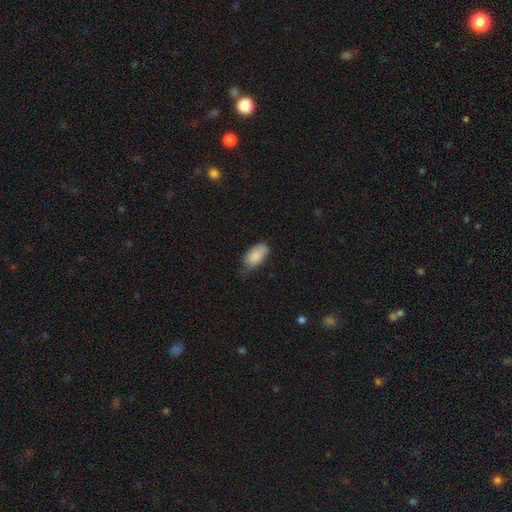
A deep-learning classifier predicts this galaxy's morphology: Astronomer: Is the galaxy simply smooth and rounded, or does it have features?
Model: smooth — 87%.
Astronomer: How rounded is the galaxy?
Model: in between — 93%.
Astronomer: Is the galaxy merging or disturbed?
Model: none — 49% (runner-up: minor disturbance, 42%).